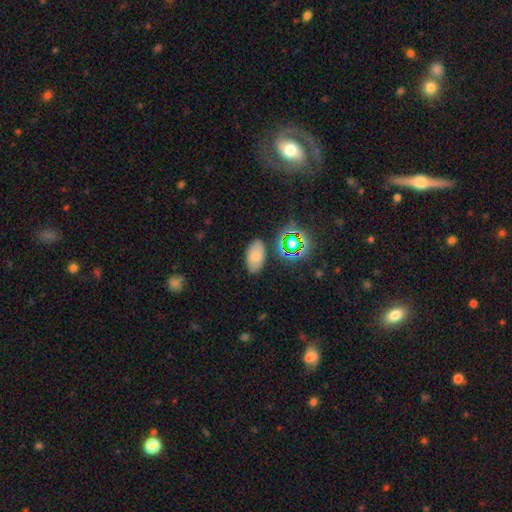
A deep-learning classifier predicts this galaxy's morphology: Q: Smooth or featured?
A: smooth (69%); runner-up: star or artifact (17%)
Q: How rounded?
A: in between (92%); runner-up: round (6%)
Q: Merging?
A: none (81%); runner-up: minor disturbance (13%)